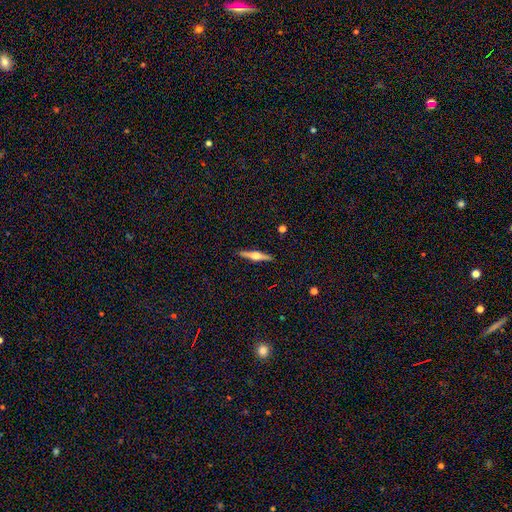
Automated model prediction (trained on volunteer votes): Smooth or featured?
  - featured or disk: 73% *
  - smooth: 22%
  - star or artifact: 6%
Edge-on disk?
  - yes: 98% *
  - no: 2%
Edge-on bulge?
  - rounded: 94% *
  - boxy: 4%
  - none: 2%
Merging?
  - none: 91% *
  - minor disturbance: 6%
  - major disturbance: 1%
  - merger: 1%